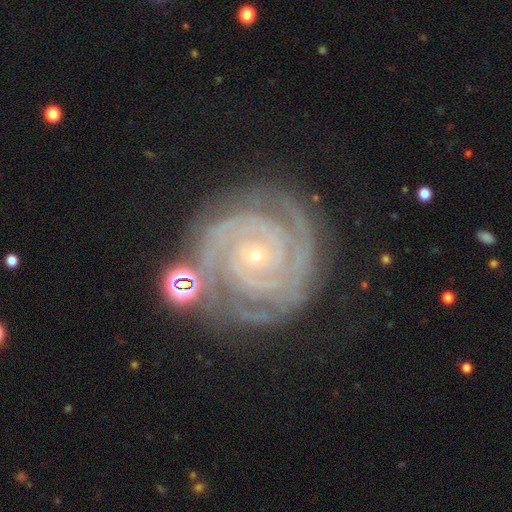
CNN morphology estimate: Smooth or featured? featured or disk (90%)
Edge-on disk? no (98%)
Bar? no (75%)
Spiral arms? yes (98%)
Spiral winding? tight (84%)
Spiral arm count? 2 (38%)
Bulge size? small (87%)
Merging? none (76%)